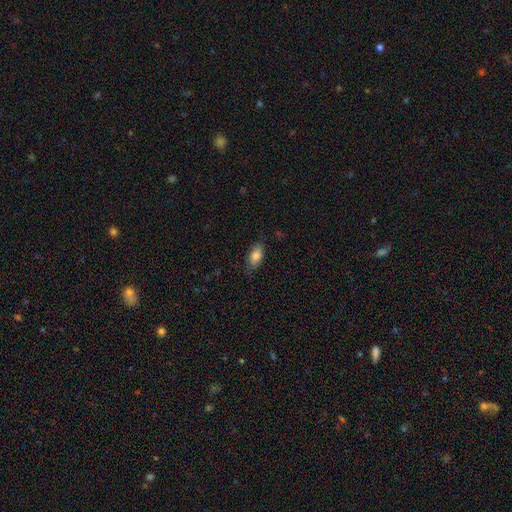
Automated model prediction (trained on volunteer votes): smooth_or_featured: smooth (p=0.82) [alt: featured or disk p=0.11]
how_rounded: in between (p=0.89) [alt: cigar-shaped p=0.06]
merging: none (p=0.80) [alt: minor disturbance p=0.16]